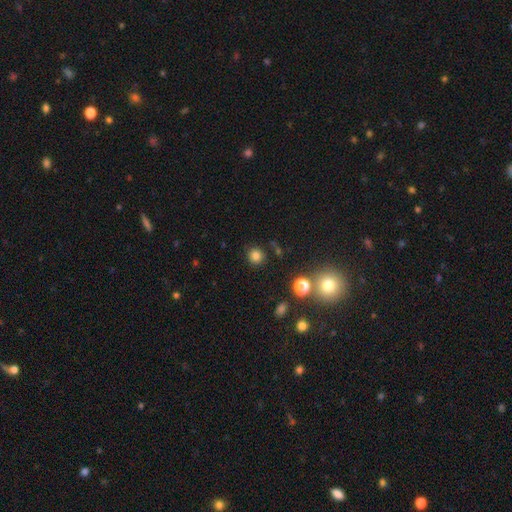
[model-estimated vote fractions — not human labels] smooth 79%, star or artifact 15%, featured or disk 5%. Down the decision tree: how rounded — round (89%); merging — none (86%).